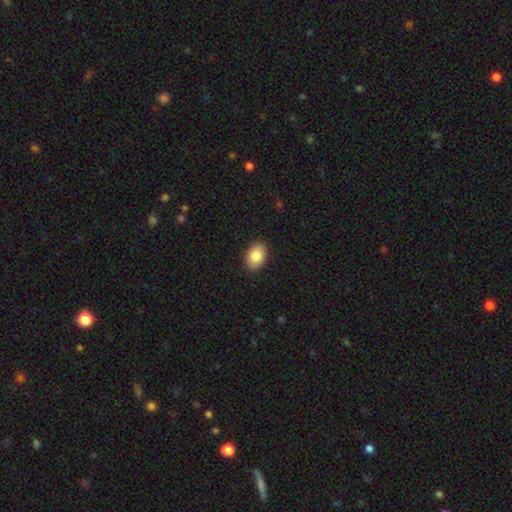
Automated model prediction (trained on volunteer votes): smooth_or_featured: smooth (p=0.85) [alt: featured or disk p=0.08]
how_rounded: in between (p=0.87) [alt: round p=0.12]
merging: none (p=0.89) [alt: minor disturbance p=0.08]